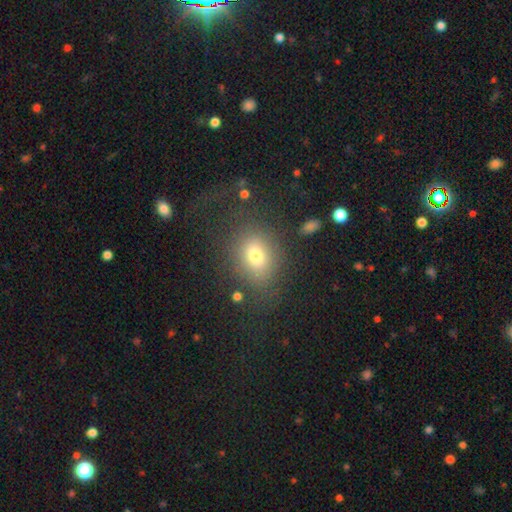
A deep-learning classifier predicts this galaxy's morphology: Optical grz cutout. It shows a smooth galaxy with no disk features (72%) that is in between round and cigar-shaped (54%). Merging: none (68%).